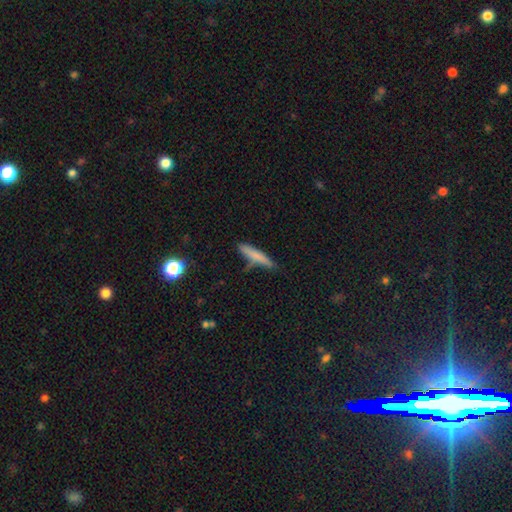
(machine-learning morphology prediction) This is likely a smooth galaxy (73%). How rounded: clearly cigar-shaped (90%). Merging: likely none (69%).